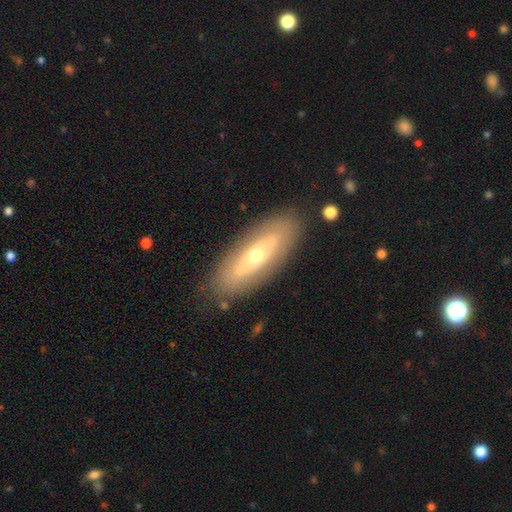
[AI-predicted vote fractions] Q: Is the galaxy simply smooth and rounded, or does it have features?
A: featured or disk — 57%.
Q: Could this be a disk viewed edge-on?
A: no — 73%.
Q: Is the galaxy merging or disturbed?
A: none — 84%.